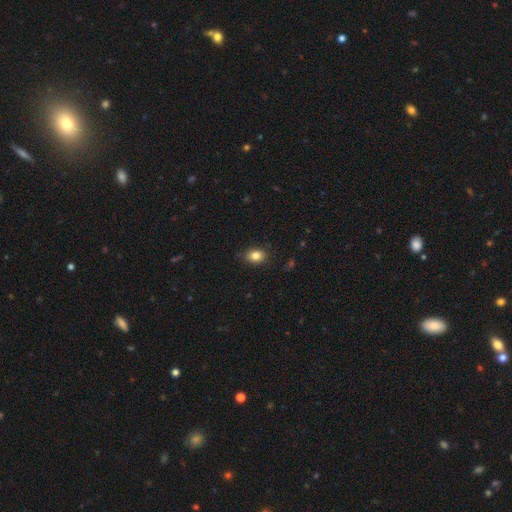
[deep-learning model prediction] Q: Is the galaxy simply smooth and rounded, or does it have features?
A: smooth — 84%.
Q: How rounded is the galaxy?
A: in between — 71%.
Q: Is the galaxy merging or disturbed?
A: none — 83%.